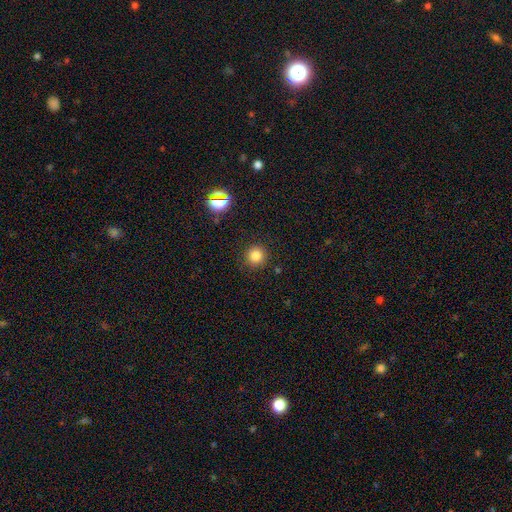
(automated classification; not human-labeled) smooth_or_featured: smooth (p=0.82) [alt: star or artifact p=0.14]
how_rounded: round (p=0.94) [alt: in between p=0.05]
merging: none (p=0.90) [alt: minor disturbance p=0.06]